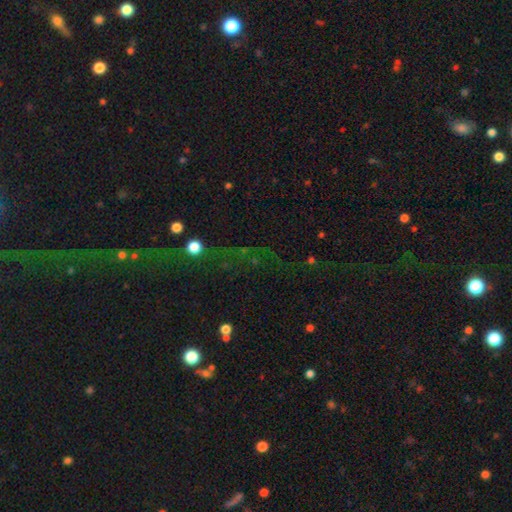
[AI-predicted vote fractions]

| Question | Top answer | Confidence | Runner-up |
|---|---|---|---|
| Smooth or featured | star or artifact | 70% | smooth (16%) |